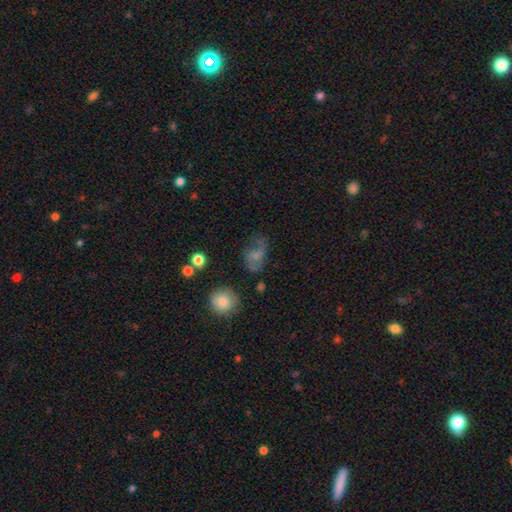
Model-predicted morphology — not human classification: Smooth or featured?
  - smooth: 43% * (tied)
  - featured or disk: 43% * (tied)
  - star or artifact: 14%
Merging?
  - none: 49% *
  - minor disturbance: 25%
  - major disturbance: 22%
  - merger: 5%